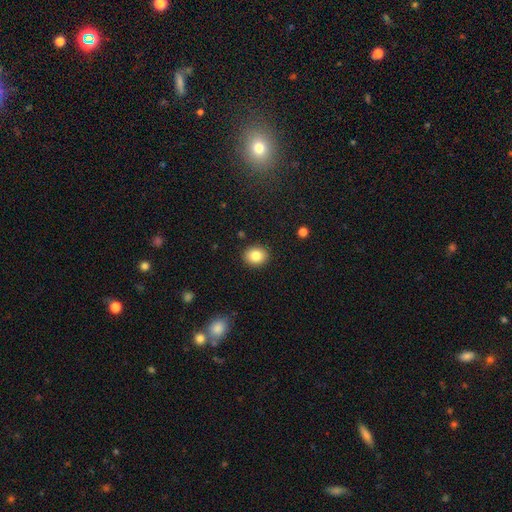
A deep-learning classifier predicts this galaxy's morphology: Overall: smooth (83%). How rounded: round (64%; in between 35%). Merging: none (90%).